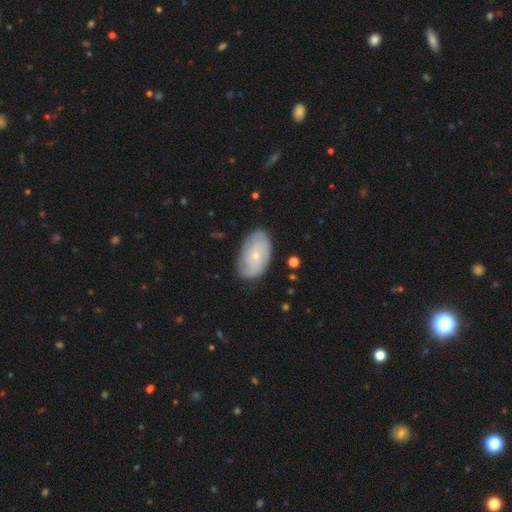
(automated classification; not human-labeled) Smooth or featured? Predicted: smooth (p=0.49). Merging? Predicted: none (p=0.75).